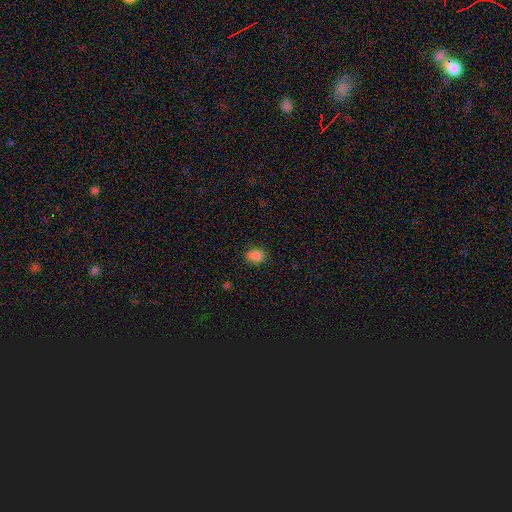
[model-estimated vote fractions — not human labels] Smooth or featured? Predicted: smooth (p=0.84). How rounded? Predicted: in between (p=0.51). Merging? Predicted: none (p=0.74).